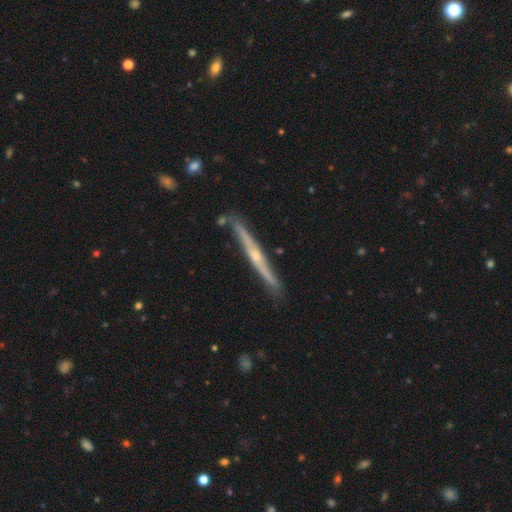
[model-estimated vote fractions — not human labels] Smooth or featured? featured or disk (78%)
Edge-on disk? yes (97%)
Edge-on bulge? rounded (74%)
Merging? none (84%)